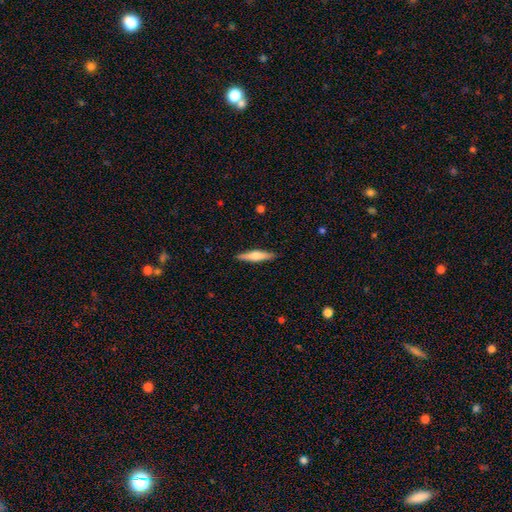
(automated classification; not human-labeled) smooth-or-featured: smooth: 49% | featured or disk: 46% | star or artifact: 6%
  merging: none: 90% | minor disturbance: 7% | major disturbance: 2% | merger: 1%